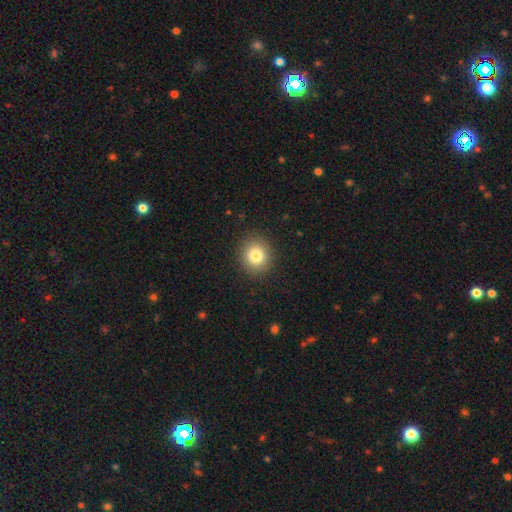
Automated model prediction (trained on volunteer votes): Smooth or featured? smooth (80%)
How rounded? round (83%)
Merging? none (90%)